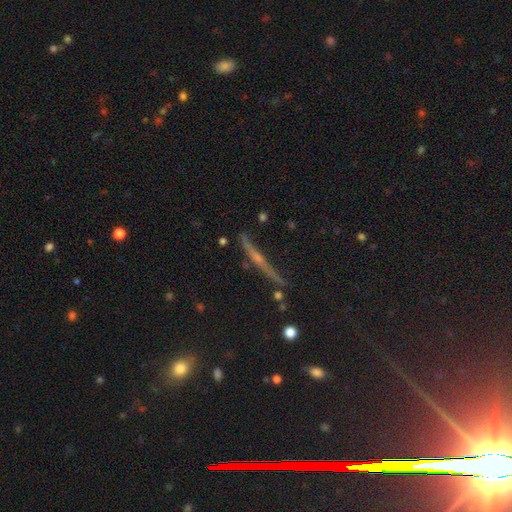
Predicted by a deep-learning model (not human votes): Smooth or featured: featured or disk — 70% (smooth — 16%)
Edge-on disk: yes — 95% (no — 5%)
Edge-on bulge: rounded — 69% (none — 23%)
Merging: none — 81% (minor disturbance — 12%)